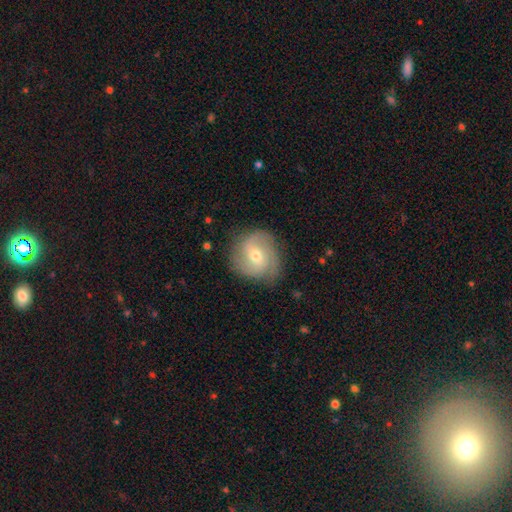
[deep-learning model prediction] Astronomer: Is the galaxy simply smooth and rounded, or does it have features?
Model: featured or disk — 69%.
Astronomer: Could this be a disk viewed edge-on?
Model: no — 97%.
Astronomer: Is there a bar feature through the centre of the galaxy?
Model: no — 48% (runner-up: weak, 41%).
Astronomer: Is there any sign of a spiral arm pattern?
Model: yes — 92%.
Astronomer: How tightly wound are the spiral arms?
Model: medium — 44% (runner-up: tight, 38%).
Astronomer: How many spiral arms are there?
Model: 2 — 39% (runner-up: 3, 28%).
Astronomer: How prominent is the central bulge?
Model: moderate — 51% (runner-up: small, 45%).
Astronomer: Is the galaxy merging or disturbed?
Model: none — 77%.